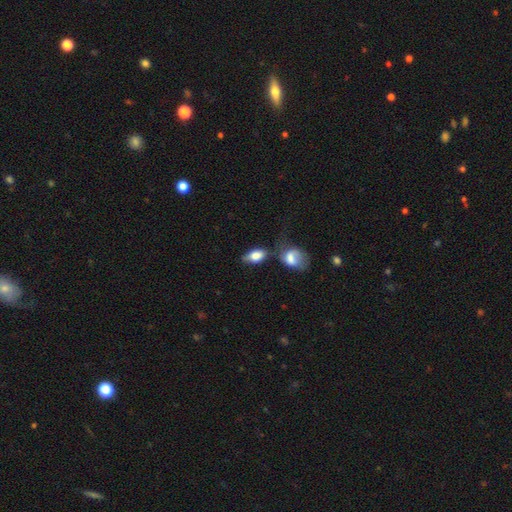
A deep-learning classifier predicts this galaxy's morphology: Smooth or featured?
  - smooth: 77% *
  - featured or disk: 16%
  - star or artifact: 7%
How rounded?
  - in between: 88% *
  - round: 8%
  - cigar-shaped: 4%
Merging?
  - none: 46% *
  - merger: 23%
  - minor disturbance: 22%
  - major disturbance: 10%